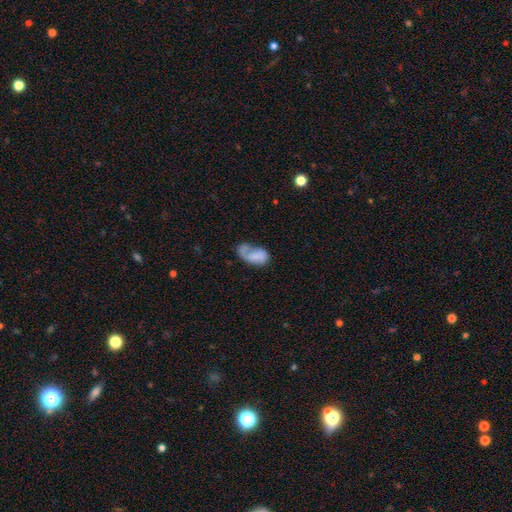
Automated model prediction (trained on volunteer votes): Morphology: type=smooth (60%); roundness=in between (92%); merging=major disturbance (33%).